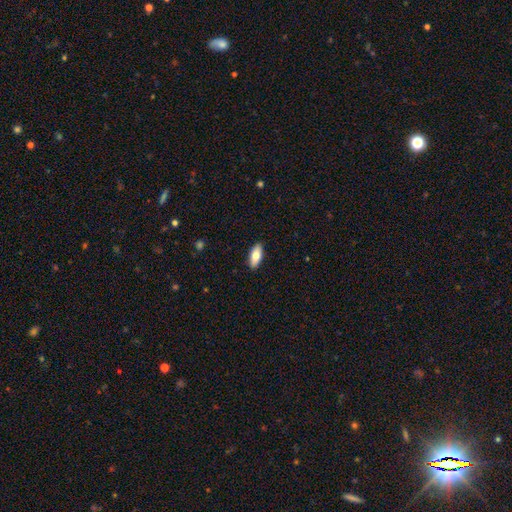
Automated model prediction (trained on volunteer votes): This appears to be a smooth galaxy with no disk features (80%) that is in between round and cigar-shaped (84%). Merging: none (90%).